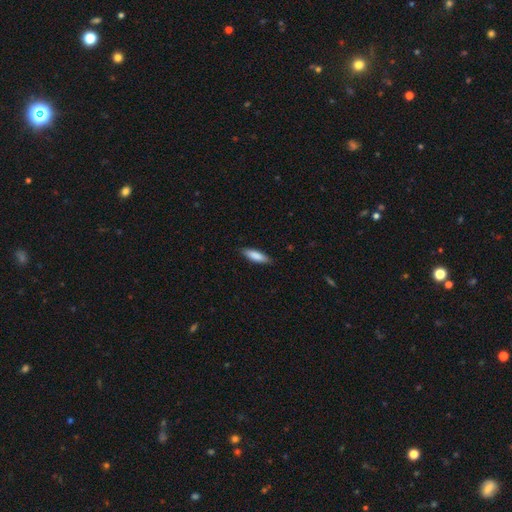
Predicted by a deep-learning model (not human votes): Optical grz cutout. It shows a smooth galaxy with no disk features (85%) that is cigar-shaped (54%). Merging: none (86%).